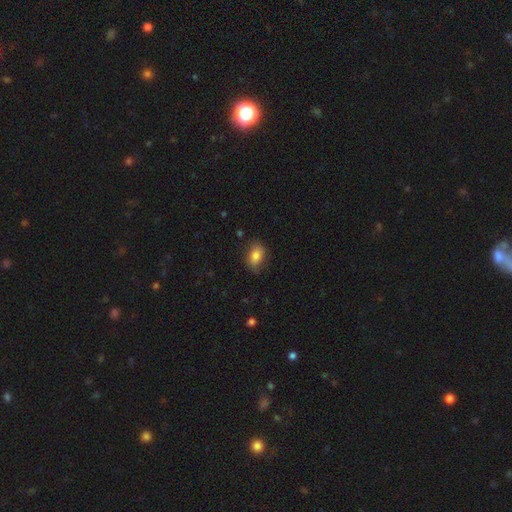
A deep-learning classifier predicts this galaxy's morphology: Q: Smooth or featured?
A: smooth (82%); runner-up: featured or disk (10%)
Q: How rounded?
A: in between (80%); runner-up: round (19%)
Q: Merging?
A: none (75%); runner-up: minor disturbance (19%)